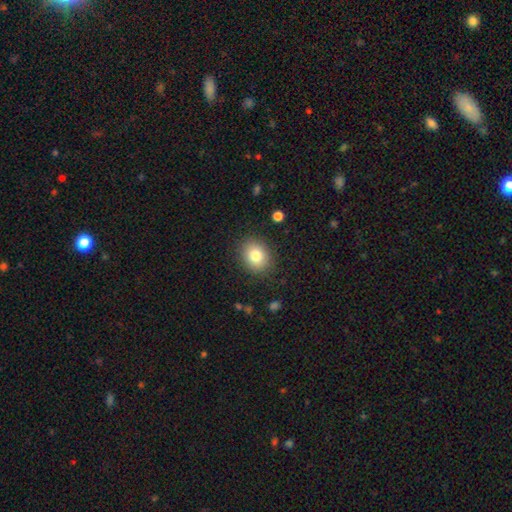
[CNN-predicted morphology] smooth 81%, star or artifact 10%, featured or disk 9%. Down the decision tree: how rounded — round (56%); merging — none (86%).